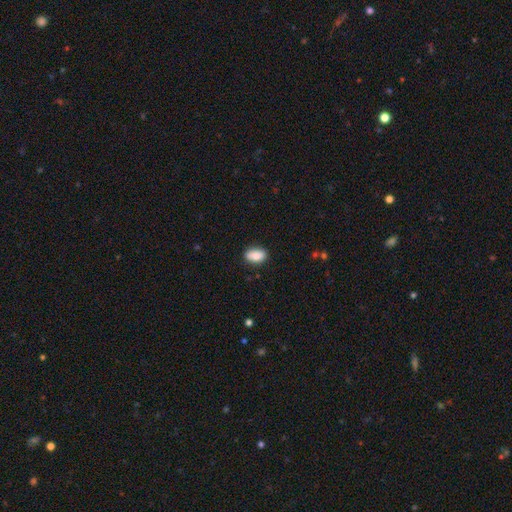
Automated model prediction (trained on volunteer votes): This is clearly a smooth galaxy (86%). How rounded: clearly in between (89%). Merging: clearly none (86%).